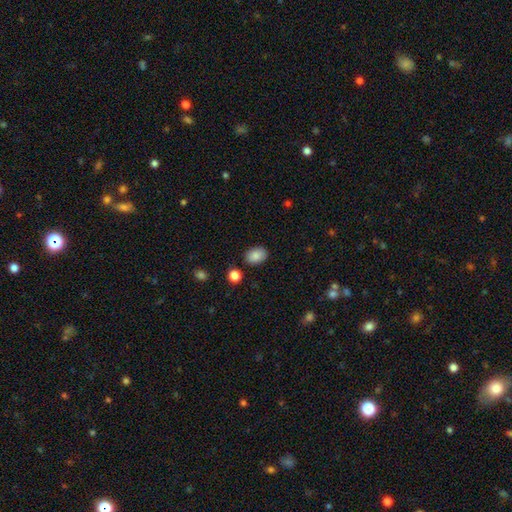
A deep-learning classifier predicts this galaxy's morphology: Smooth or featured: smooth — 87% (star or artifact — 8%)
How rounded: in between — 76% (round — 23%)
Merging: none — 85% (minor disturbance — 10%)